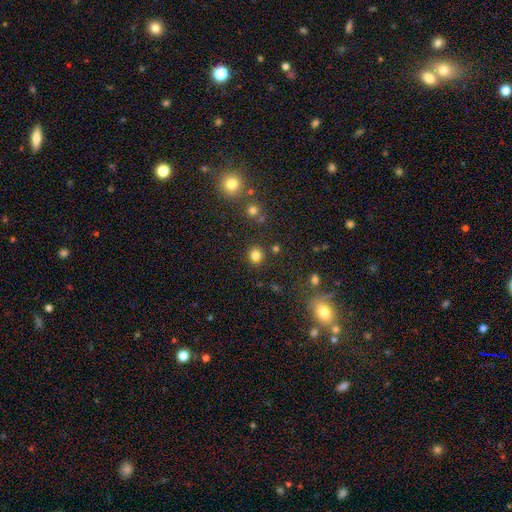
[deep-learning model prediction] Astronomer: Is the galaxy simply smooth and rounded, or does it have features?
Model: smooth — 80%.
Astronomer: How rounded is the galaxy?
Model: round — 89%.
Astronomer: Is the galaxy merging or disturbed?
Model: none — 86%.